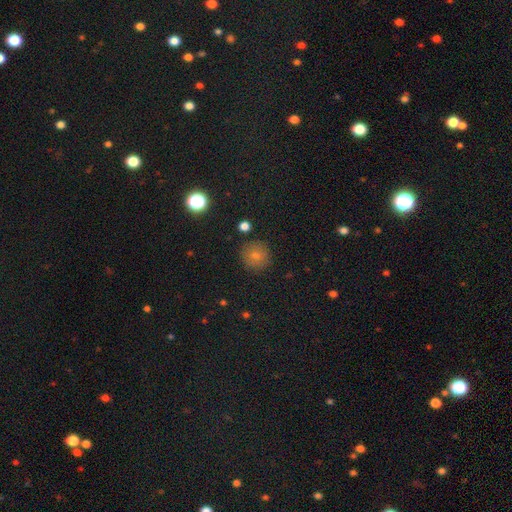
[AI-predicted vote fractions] Smooth or featured? Predicted: smooth (p=0.76). How rounded? Predicted: round (p=0.91). Merging? Predicted: none (p=0.86).